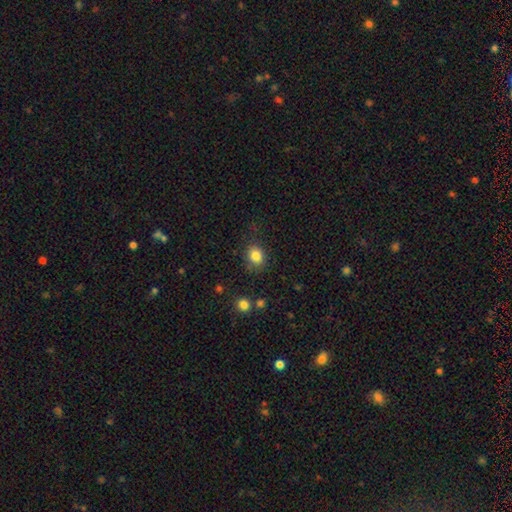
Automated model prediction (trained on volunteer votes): Smooth or featured? smooth (84%)
How rounded? round (62%)
Merging? none (81%)